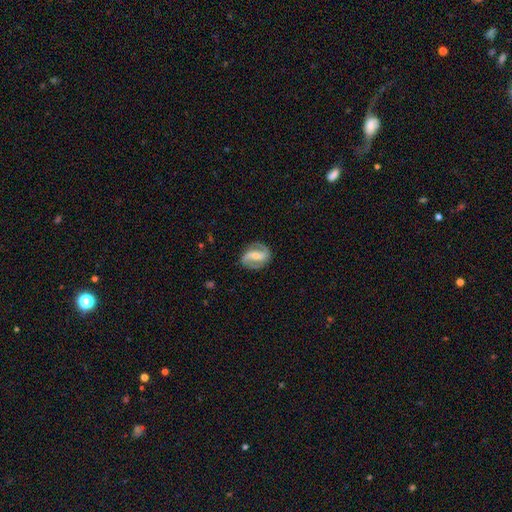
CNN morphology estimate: Smooth or featured: featured or disk — 81% (smooth — 13%)
Edge-on disk: no — 97% (yes — 3%)
Bar: strong — 42% (weak — 35%)
Spiral arms: yes — 93% (no — 7%)
Spiral winding: medium — 48% (tight — 26%)
Spiral arm count: 2 — 89% (can't tell — 4%)
Bulge size: small — 48% (moderate — 41%)
Merging: none — 79% (minor disturbance — 14%)